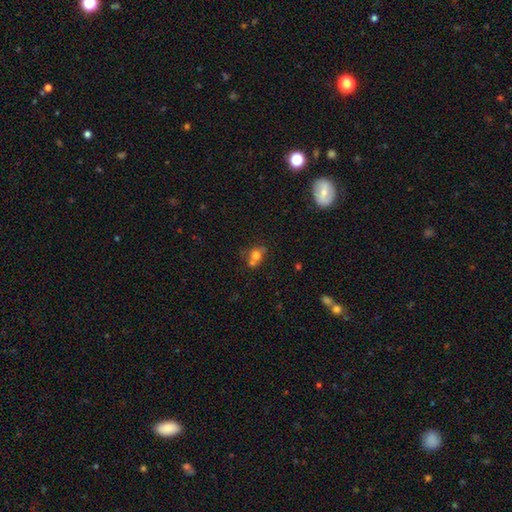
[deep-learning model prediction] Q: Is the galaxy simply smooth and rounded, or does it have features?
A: smooth — 69%.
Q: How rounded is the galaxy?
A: round — 63%.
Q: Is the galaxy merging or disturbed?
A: merger — 45%.